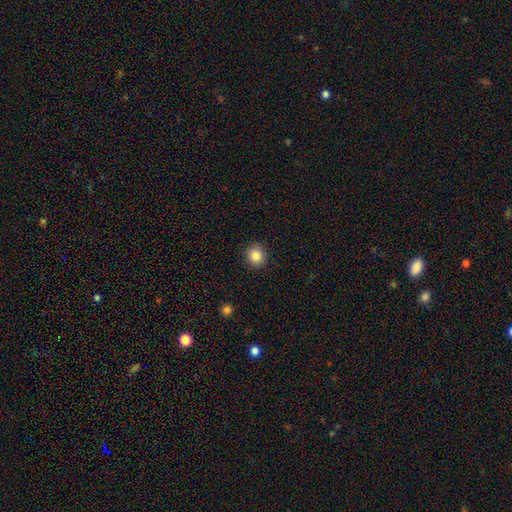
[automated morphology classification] A smooth galaxy with no disk features (85%) that is round (89%).

Vote fractions:
- Smooth or featured? smooth: 85% / star or artifact: 10% / featured or disk: 5%
- How rounded? round: 89% / in between: 10% / cigar-shaped: 1%
- Merging? none: 92% / minor disturbance: 6% / major disturbance: 2% / merger: 1%